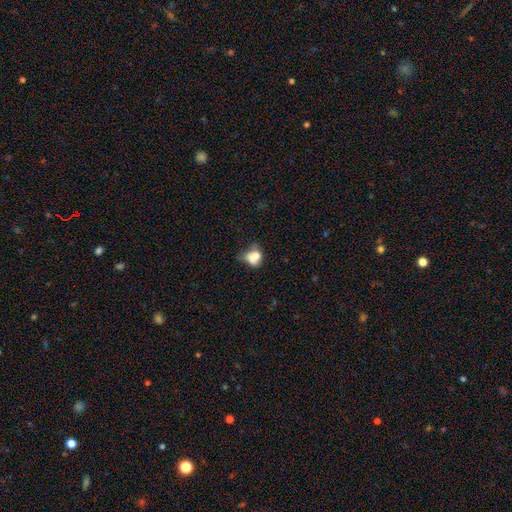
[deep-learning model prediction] The model was most divided on "how rounded": round: 51%, in between: 47%, cigar-shaped: 2%. Remaining: smooth or featured — smooth (68%); merging — merger (35%).